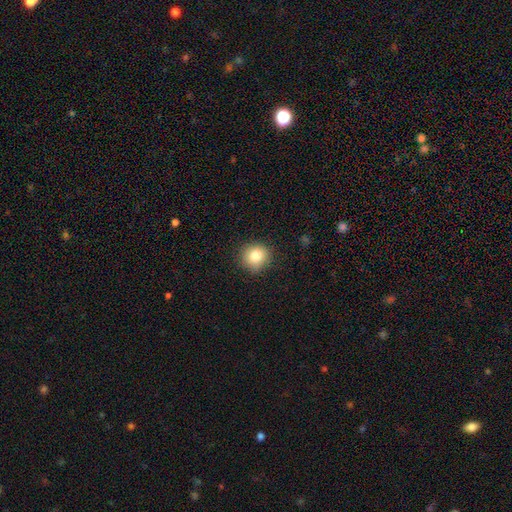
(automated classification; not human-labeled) Smooth or featured?
  - smooth: 83% *
  - star or artifact: 10%
  - featured or disk: 7%
How rounded?
  - round: 88% *
  - in between: 11%
  - cigar-shaped: 1%
Merging?
  - none: 86% *
  - minor disturbance: 10%
  - major disturbance: 2%
  - merger: 1%